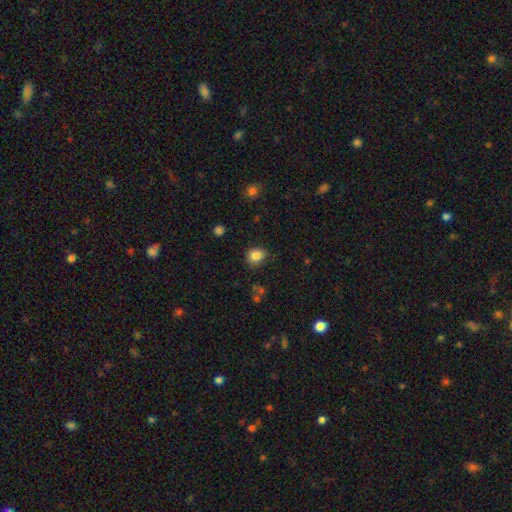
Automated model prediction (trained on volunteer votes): smooth_or_featured: smooth (p=0.84) [alt: star or artifact p=0.10]
how_rounded: round (p=0.60) [alt: in between p=0.39]
merging: none (p=0.71) [alt: minor disturbance p=0.22]